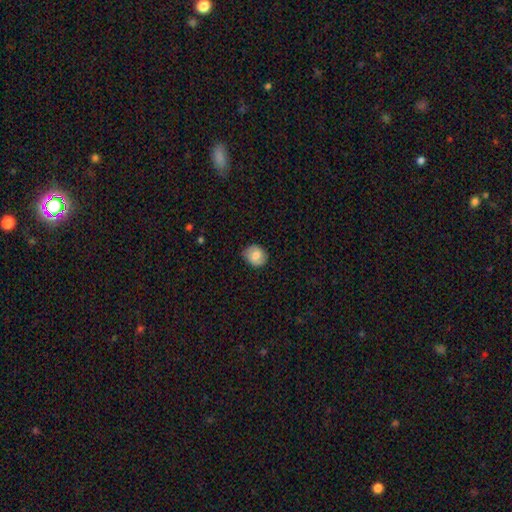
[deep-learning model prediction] Smooth or featured: smooth — 74% (featured or disk — 18%)
How rounded: round — 67% (in between — 32%)
Merging: none — 78% (minor disturbance — 18%)